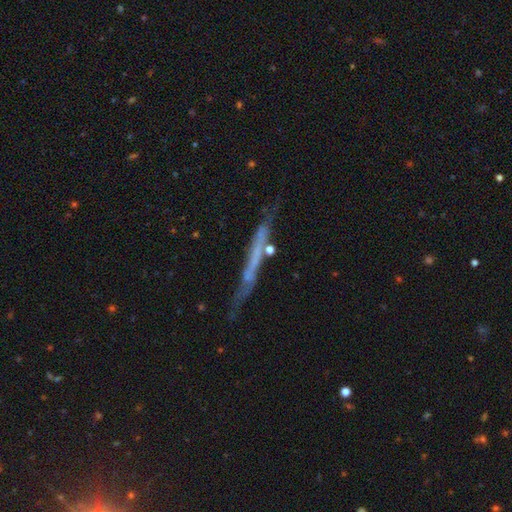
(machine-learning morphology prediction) Smooth or featured: featured or disk — 59% (smooth — 31%)
Edge-on disk: yes — 83% (no — 17%)
Merging: none — 62% (minor disturbance — 22%)